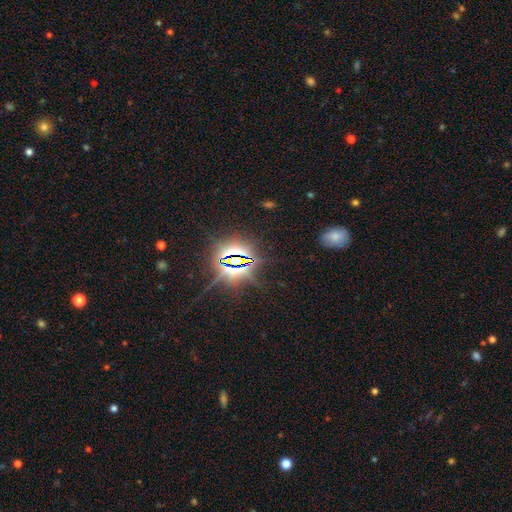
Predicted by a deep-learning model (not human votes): Morphology: type=star or artifact (83%).